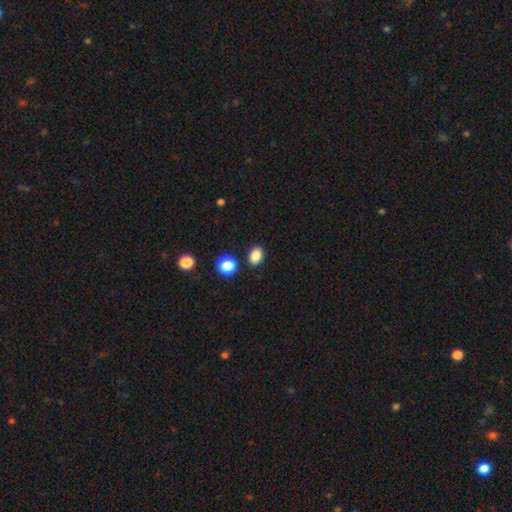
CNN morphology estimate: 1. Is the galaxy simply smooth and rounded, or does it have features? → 86% smooth, 10% star or artifact, 4% featured or disk.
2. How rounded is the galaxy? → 76% in between, 23% round, 1% cigar-shaped.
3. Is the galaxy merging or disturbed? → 86% none, 8% minor disturbance, 4% merger, 2% major disturbance.